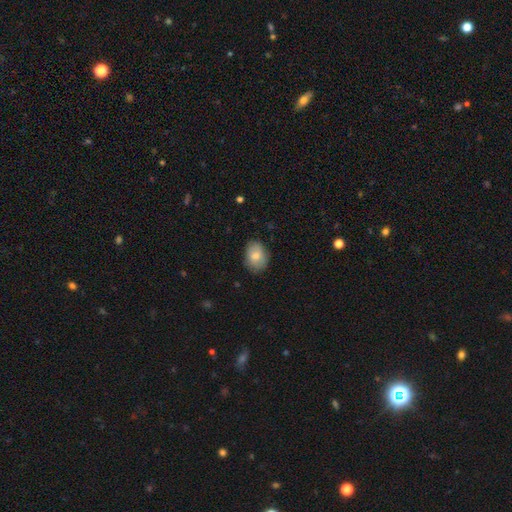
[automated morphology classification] smooth-or-featured: smooth: 78% | featured or disk: 15% | star or artifact: 7%
  how-rounded: in between: 72% | round: 27% | cigar-shaped: 1%
  merging: none: 82% | minor disturbance: 15% | major disturbance: 3% | merger: 1%